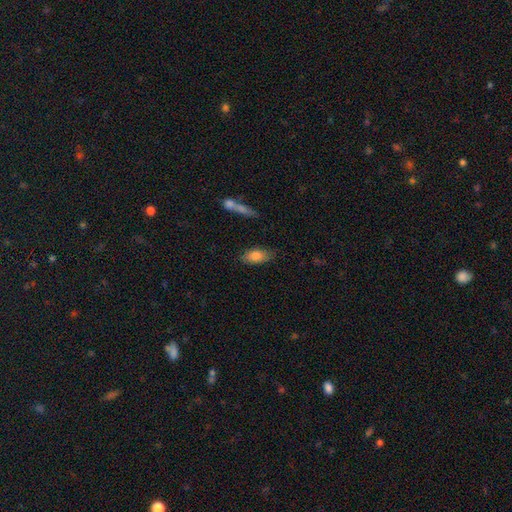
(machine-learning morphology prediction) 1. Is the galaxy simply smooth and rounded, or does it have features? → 81% smooth, 12% featured or disk, 7% star or artifact.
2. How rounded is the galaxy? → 84% in between, 13% cigar-shaped, 3% round.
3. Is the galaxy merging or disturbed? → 78% none, 15% minor disturbance, 3% major disturbance, 3% merger.